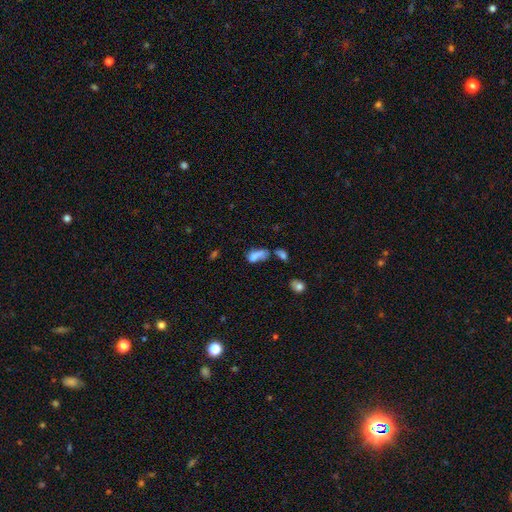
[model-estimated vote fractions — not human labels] This appears to be a smooth galaxy with no disk features (65%) that is in between round and cigar-shaped (82%). Merging: merger (38%).